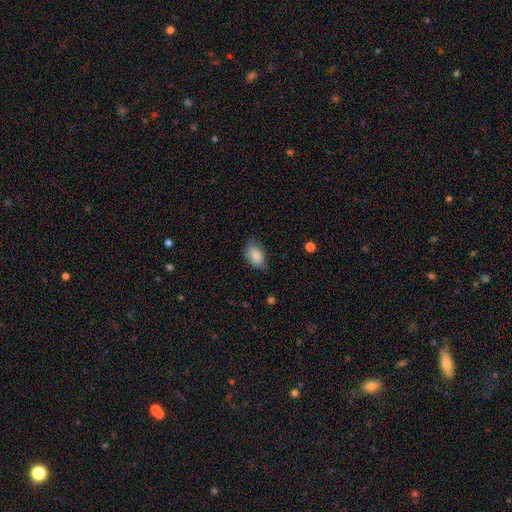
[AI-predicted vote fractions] smooth 87%, star or artifact 7%, featured or disk 6%. Down the decision tree: how rounded — in between (90%); merging — none (72%).